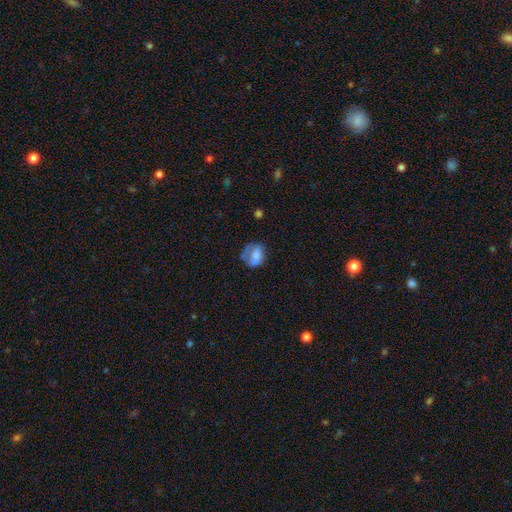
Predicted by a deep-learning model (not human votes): The model was most divided on "how rounded": in between: 52%, round: 46%, cigar-shaped: 2%. Remaining: smooth or featured — smooth (64%); merging — none (41%).